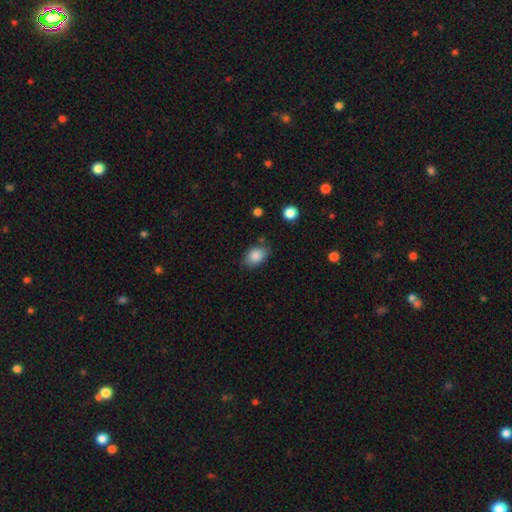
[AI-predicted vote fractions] A smooth galaxy with no disk features (86%) that is in between round and cigar-shaped (80%).

Vote fractions:
- Smooth or featured? smooth: 86% / star or artifact: 8% / featured or disk: 6%
- How rounded? in between: 80% / round: 19% / cigar-shaped: 1%
- Merging? none: 74% / minor disturbance: 19% / major disturbance: 4% / merger: 3%